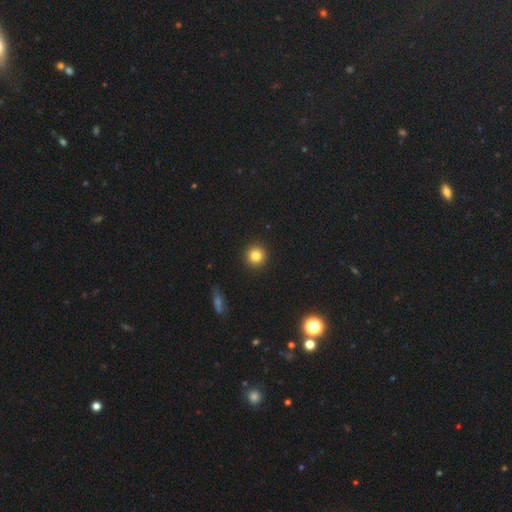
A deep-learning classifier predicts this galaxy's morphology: type=smooth (83%); roundness=round (94%); merging=none (92%).